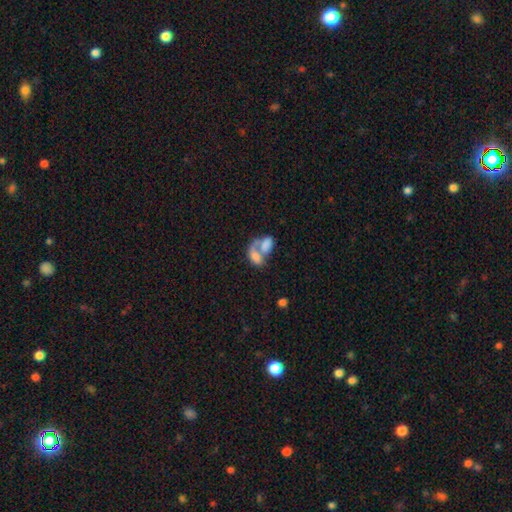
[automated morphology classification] A smooth galaxy with no disk features (67%) that is in between round and cigar-shaped (88%).

Vote fractions:
- Smooth or featured? smooth: 67% / featured or disk: 24% / star or artifact: 9%
- How rounded? in between: 88% / round: 9% / cigar-shaped: 2%
- Merging? merger: 72% / none: 13% / major disturbance: 9% / minor disturbance: 5%